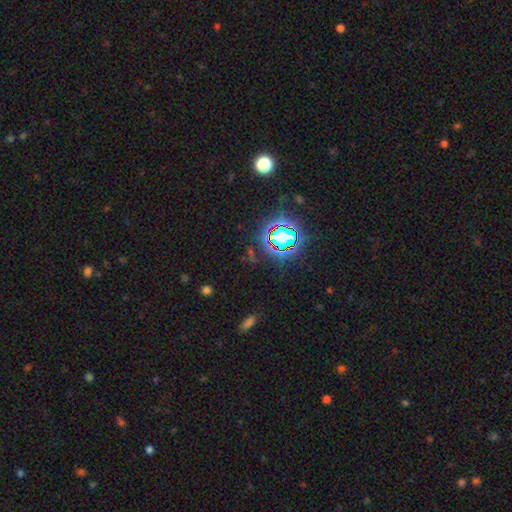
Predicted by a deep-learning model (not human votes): This appears to be a star or artifact, not a galaxy (75%).